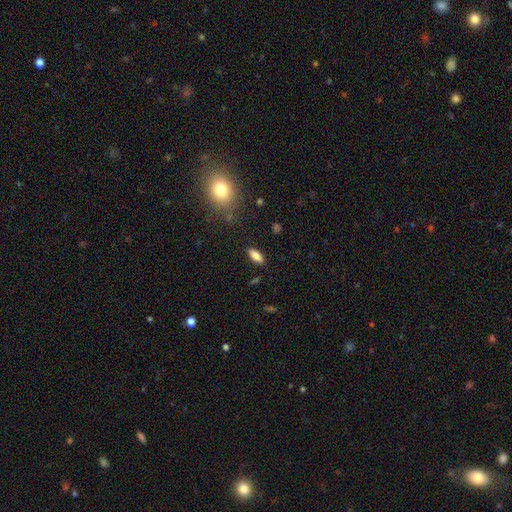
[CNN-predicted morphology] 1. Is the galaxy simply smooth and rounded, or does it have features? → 77% smooth, 14% featured or disk, 9% star or artifact.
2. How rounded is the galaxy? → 76% in between, 21% cigar-shaped, 3% round.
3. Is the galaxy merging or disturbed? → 86% none, 10% minor disturbance, 3% major disturbance, 2% merger.